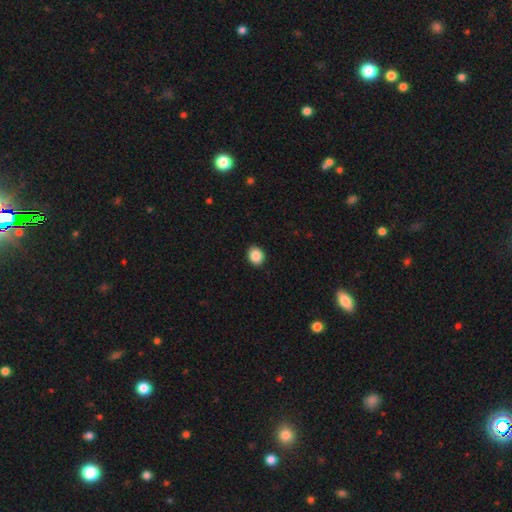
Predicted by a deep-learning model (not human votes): smooth 88%, star or artifact 8%, featured or disk 4%. Down the decision tree: how rounded — round (54%); merging — none (91%).